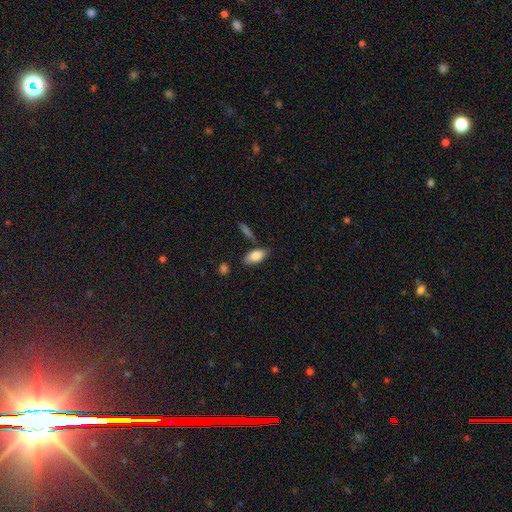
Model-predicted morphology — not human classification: smooth_or_featured: smooth (p=0.81) [alt: featured or disk p=0.12]
how_rounded: in between (p=0.86) [alt: cigar-shaped p=0.11]
merging: none (p=0.72) [alt: minor disturbance p=0.17]